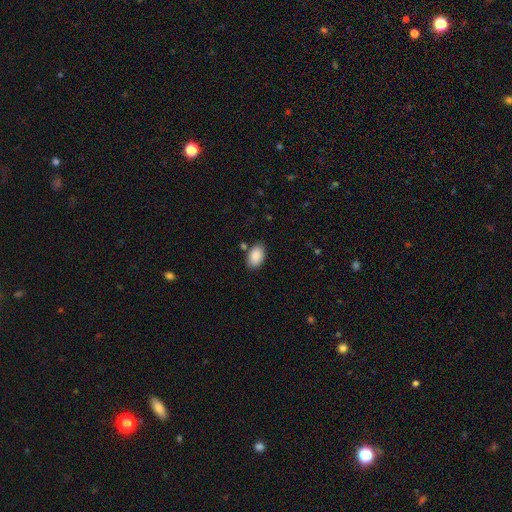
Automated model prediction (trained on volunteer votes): The model was most divided on "merging": none: 80%, minor disturbance: 12%, merger: 5%, major disturbance: 3%. More confident: how rounded — in between (91%); smooth or featured — smooth (89%).